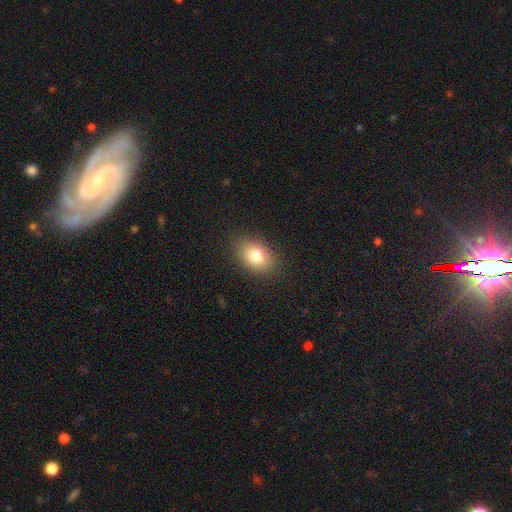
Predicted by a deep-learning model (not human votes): A smooth galaxy with no disk features (79%) that is in between round and cigar-shaped (78%).

Vote fractions:
- Smooth or featured? smooth: 79% / featured or disk: 11% / star or artifact: 10%
- How rounded? in between: 78% / round: 21% / cigar-shaped: 1%
- Merging? none: 87% / minor disturbance: 9% / major disturbance: 3% / merger: 1%